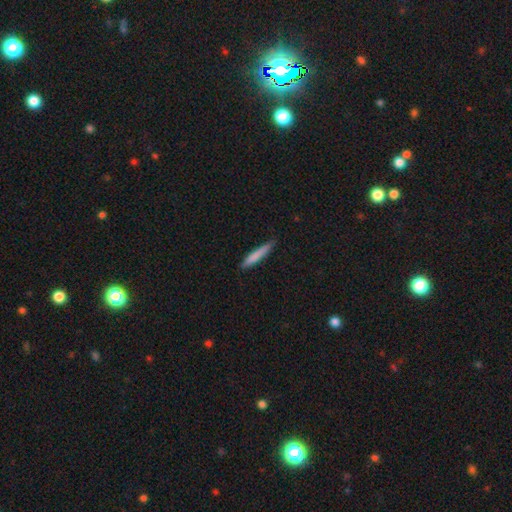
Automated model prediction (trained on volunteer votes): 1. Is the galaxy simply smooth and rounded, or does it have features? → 79% smooth, 15% featured or disk, 6% star or artifact.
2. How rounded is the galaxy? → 93% cigar-shaped, 5% in between, 1% round.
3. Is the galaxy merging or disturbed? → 83% none, 13% minor disturbance, 2% major disturbance, 1% merger.